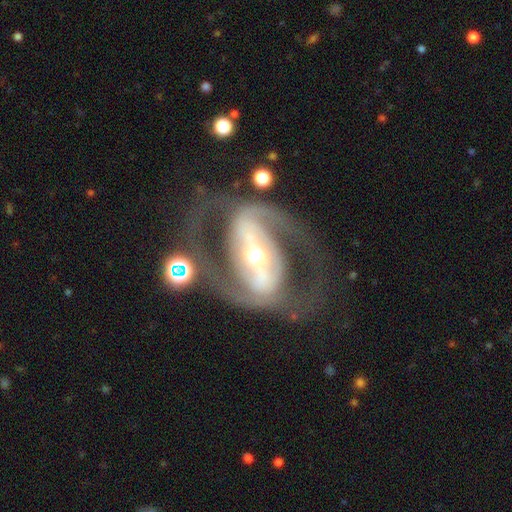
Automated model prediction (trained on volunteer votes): featured or disk 88%, smooth 7%, star or artifact 5%. Down the decision tree: edge-on disk — no (95%); bar — strong (63%); spiral arms — yes (87%); spiral arm count — 2 (88%); spiral winding — medium (53%); bulge size — moderate (61%); merging — none (60%).